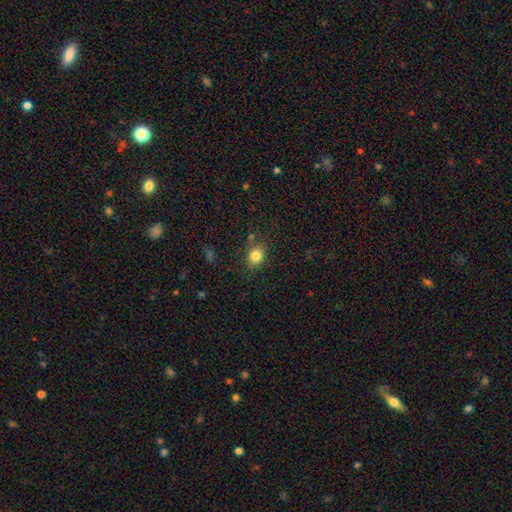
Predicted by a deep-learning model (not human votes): Overall: smooth (82%). How rounded: round (63%; in between 36%). Merging: none (79%).